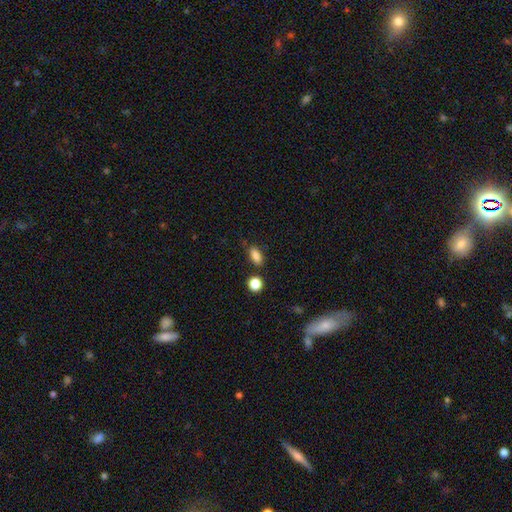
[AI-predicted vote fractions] smooth 85%, star or artifact 10%, featured or disk 6%. Down the decision tree: how rounded — in between (79%); merging — none (79%).